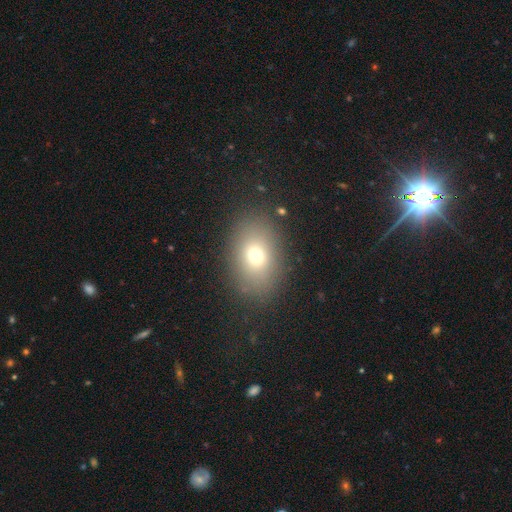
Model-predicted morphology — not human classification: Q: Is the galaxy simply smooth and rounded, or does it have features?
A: smooth — 71%.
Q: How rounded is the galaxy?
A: in between — 72%.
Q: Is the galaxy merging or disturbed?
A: none — 84%.